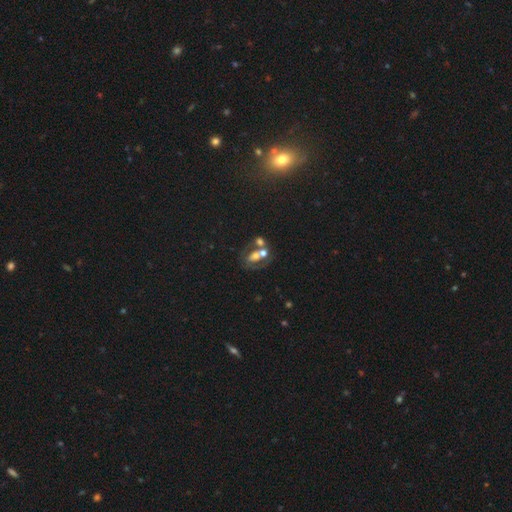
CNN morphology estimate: featured or disk 46%, smooth 37%, star or artifact 17%. Down the decision tree: merging — merger (47%).